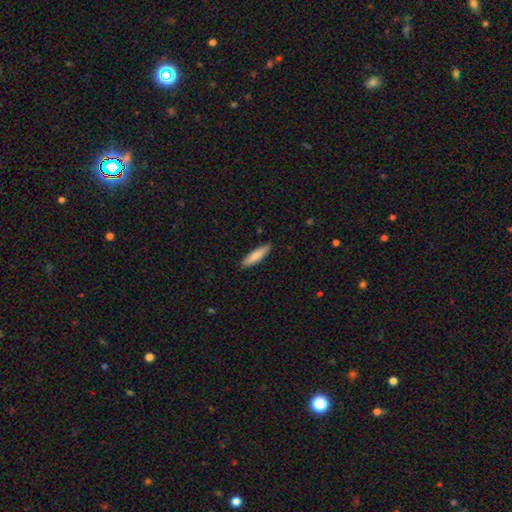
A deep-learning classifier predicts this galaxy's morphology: type=smooth (84%); roundness=cigar-shaped (71%); merging=none (88%).